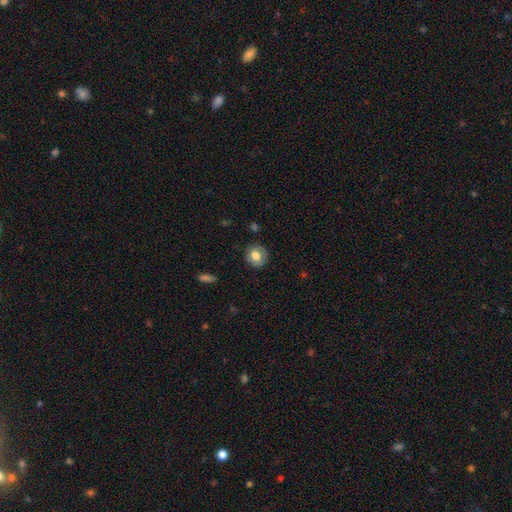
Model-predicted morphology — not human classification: A smooth galaxy with no disk features (69%) that is round (75%). Merging: none (81%).